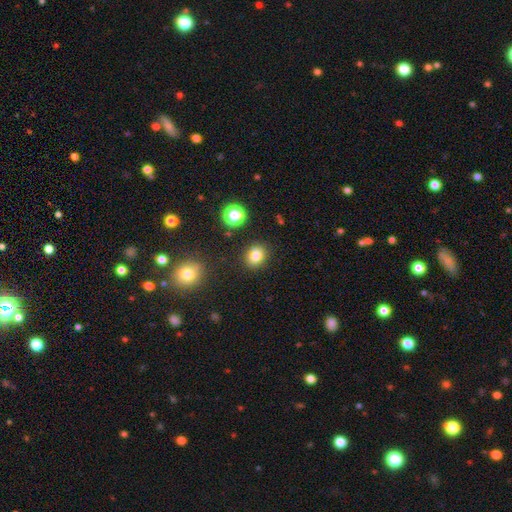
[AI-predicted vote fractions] A smooth galaxy with no disk features (80%) that is round (67%). Merging: none (87%).